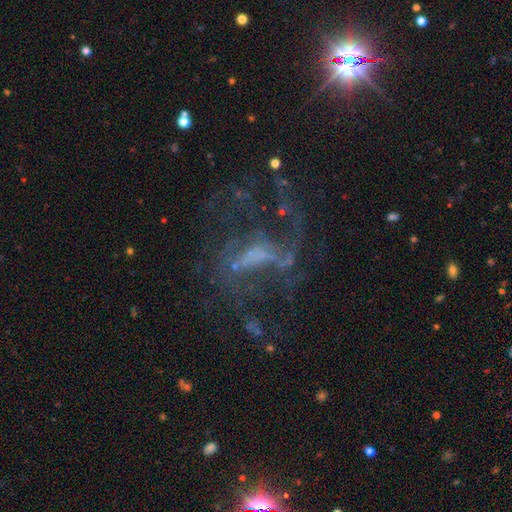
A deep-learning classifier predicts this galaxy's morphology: smooth-or-featured: featured or disk: 74% | star or artifact: 17% | smooth: 9%
  disk-edge-on: no: 96% | yes: 4%
    bar: weak: 40% | no: 35% | strong: 25%
    has-spiral-arms: yes: 71% | no: 29%
      spiral-winding: loose: 53% | medium: 35% | tight: 12%
      spiral-arm-count: 2: 38% | can't tell: 28% | 3: 11% | 1: 11% | 4: 6% | more than 4: 5%
    bulge-size: none: 46% | small: 31% | moderate: 17% | large: 4% | dominant: 1%
  merging: none: 45% | major disturbance: 36% | minor disturbance: 14% | merger: 5%